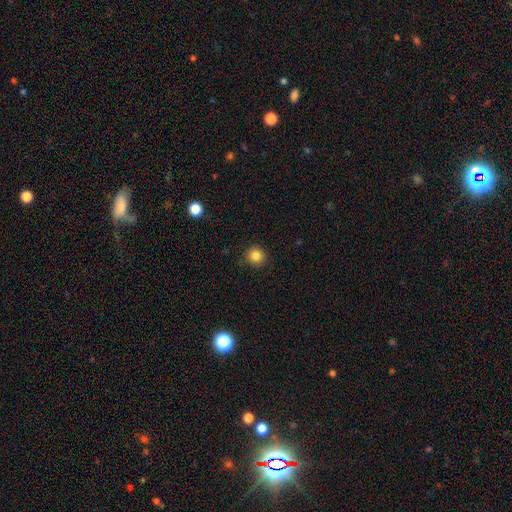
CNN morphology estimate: smooth_or_featured: smooth (p=0.84) [alt: star or artifact p=0.11]
how_rounded: round (p=0.93) [alt: in between p=0.06]
merging: none (p=0.90) [alt: minor disturbance p=0.07]